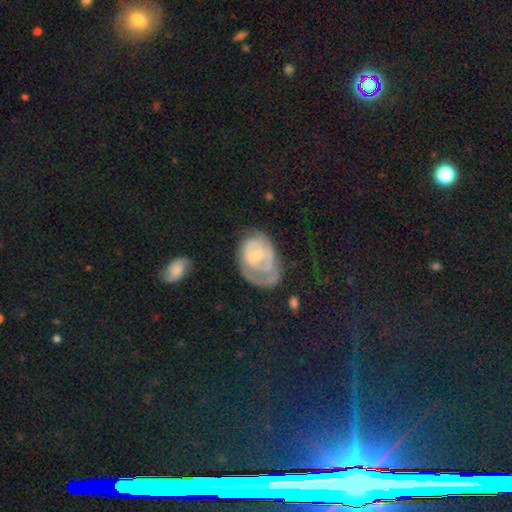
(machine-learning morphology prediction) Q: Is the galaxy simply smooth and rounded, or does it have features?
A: featured or disk — 65%.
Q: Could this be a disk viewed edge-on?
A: no — 96%.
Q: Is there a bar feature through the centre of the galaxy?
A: no — 65%.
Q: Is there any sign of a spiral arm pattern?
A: yes — 70%.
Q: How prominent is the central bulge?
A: small — 52%.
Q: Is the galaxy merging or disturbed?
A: none — 39%.